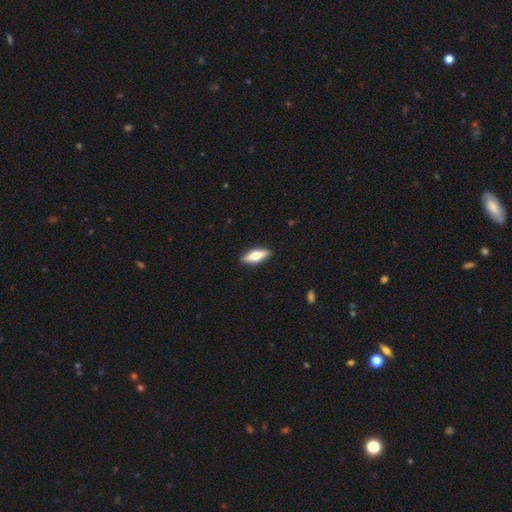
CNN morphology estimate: Smooth or featured?
  - smooth: 60% *
  - featured or disk: 34%
  - star or artifact: 6%
How rounded?
  - in between: 66% *
  - cigar-shaped: 31%
  - round: 3%
Merging?
  - none: 90% *
  - minor disturbance: 7%
  - major disturbance: 2%
  - merger: 1%